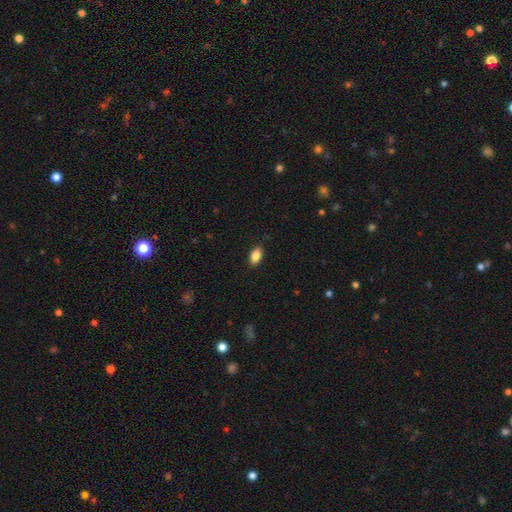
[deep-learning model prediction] smooth-or-featured: smooth: 87% | star or artifact: 8% | featured or disk: 5%
  how-rounded: in between: 91% | round: 5% | cigar-shaped: 4%
  merging: none: 88% | minor disturbance: 9% | major disturbance: 2% | merger: 1%